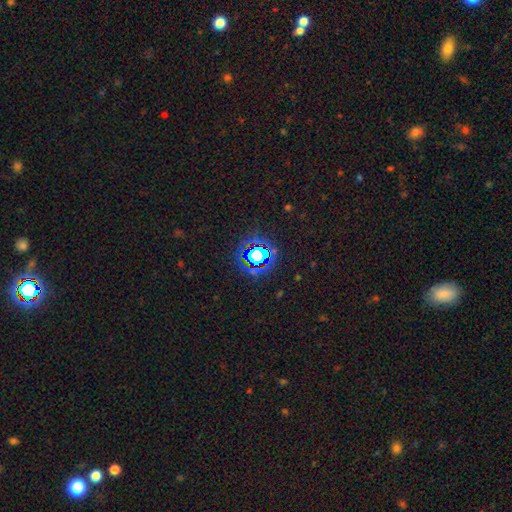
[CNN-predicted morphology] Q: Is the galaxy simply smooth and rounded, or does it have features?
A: star or artifact — 69%.